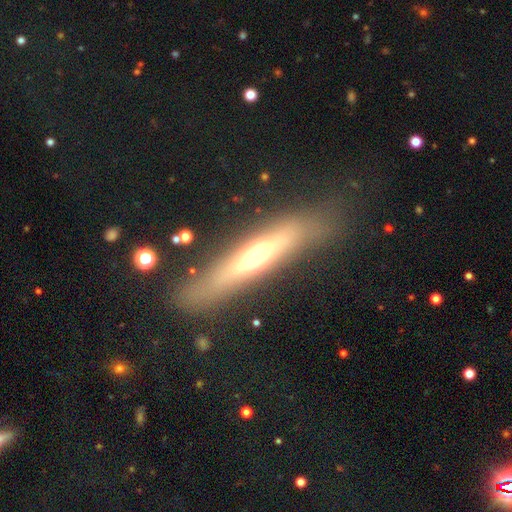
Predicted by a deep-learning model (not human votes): featured or disk 52%, smooth 39%, star or artifact 8%. Down the decision tree: edge-on disk — yes (84%); merging — none (79%).